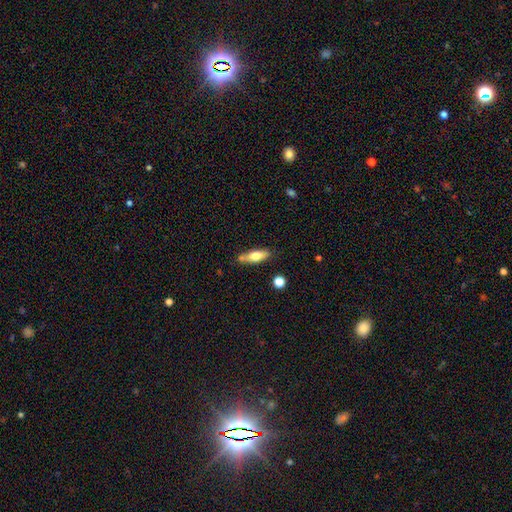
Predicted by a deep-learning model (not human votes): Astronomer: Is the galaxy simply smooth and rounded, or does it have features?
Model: smooth — 68%.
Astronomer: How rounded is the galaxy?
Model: in between — 51% (runner-up: cigar-shaped, 47%).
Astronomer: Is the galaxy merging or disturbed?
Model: none — 69%.